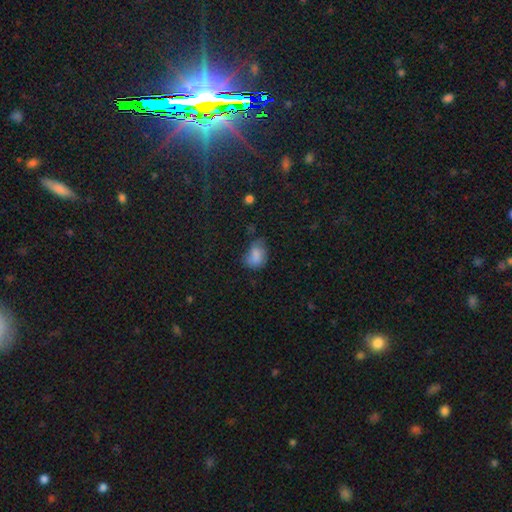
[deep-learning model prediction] Morphology: type=smooth (74%); roundness=in between (71%); merging=none (40%).